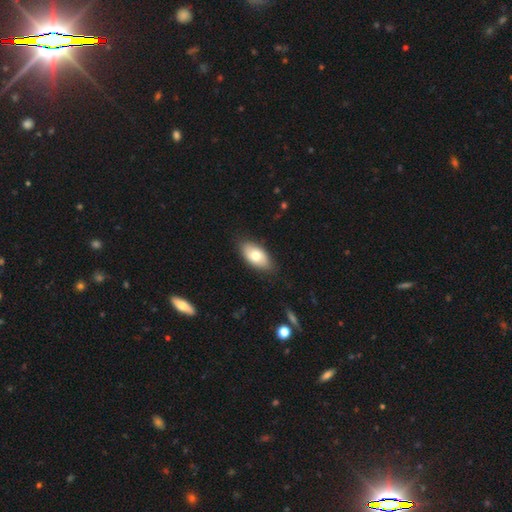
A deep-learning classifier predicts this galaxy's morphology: Smooth or featured? smooth (73%)
How rounded? in between (94%)
Merging? none (84%)